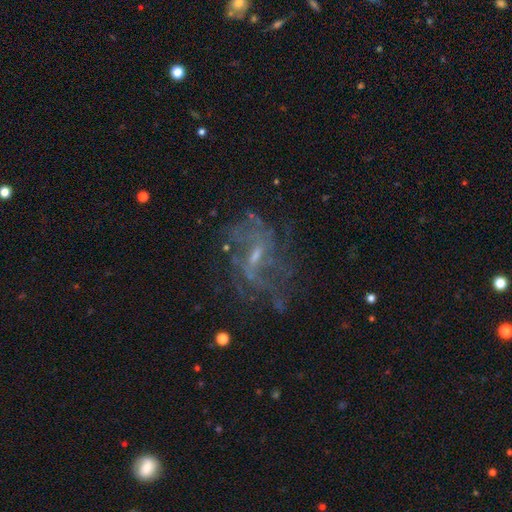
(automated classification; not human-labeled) Smooth or featured?
  - featured or disk: 75% *
  - star or artifact: 14%
  - smooth: 11%
Edge-on disk?
  - no: 96% *
  - yes: 4%
Bar?
  - weak: 54% *
  - no: 29%
  - strong: 16%
Spiral arms?
  - yes: 76% *
  - no: 24%
Spiral winding?
  - loose: 40% *
  - medium: 38%
  - tight: 22%
Spiral arm count?
  - can't tell: 46% *
  - 2: 18%
  - 3: 12%
  - 4: 11%
  - more than 4: 7%
  - 1: 6%
Bulge size?
  - small: 58% *
  - moderate: 27%
  - none: 13%
  - large: 2%
  - dominant: 1%
Merging?
  - none: 57% *
  - major disturbance: 22%
  - minor disturbance: 18%
  - merger: 3%